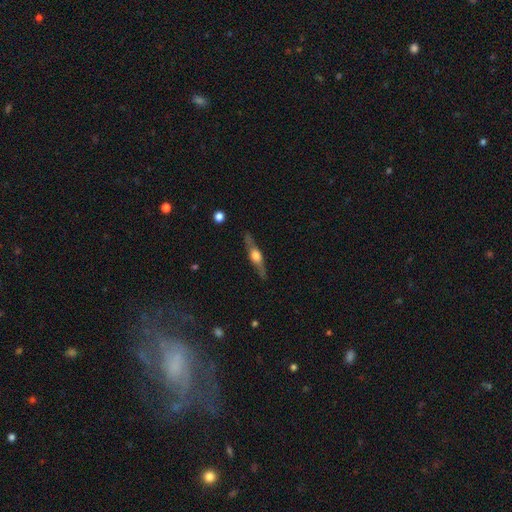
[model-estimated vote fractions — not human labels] This appears to be a featured or disk galaxy (69%) viewed edge-on (93%) with a rounded central bulge (90%). Merging: none (82%).